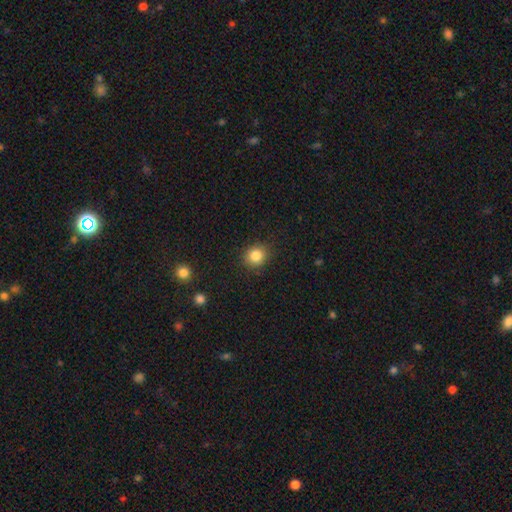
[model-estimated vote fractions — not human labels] A smooth galaxy with no disk features (84%) that is round (81%).

Vote fractions:
- Smooth or featured? smooth: 84% / star or artifact: 11% / featured or disk: 5%
- How rounded? round: 81% / in between: 18% / cigar-shaped: 1%
- Merging? none: 87% / minor disturbance: 9% / major disturbance: 3% / merger: 1%